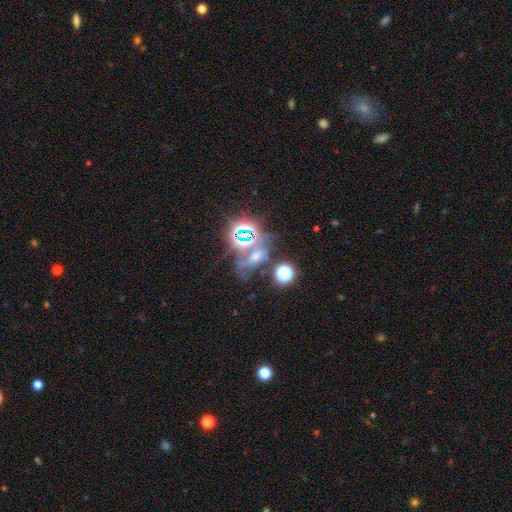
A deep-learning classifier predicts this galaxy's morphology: smooth_or_featured: star or artifact (p=0.61) [alt: featured or disk p=0.21]